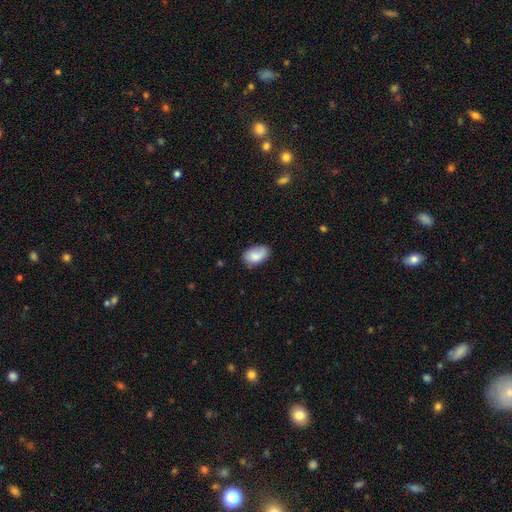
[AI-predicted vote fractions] The model was most divided on "merging": none: 64%, minor disturbance: 28%, major disturbance: 6%, merger: 2%. More confident: how rounded — in between (91%); smooth or featured — smooth (82%).